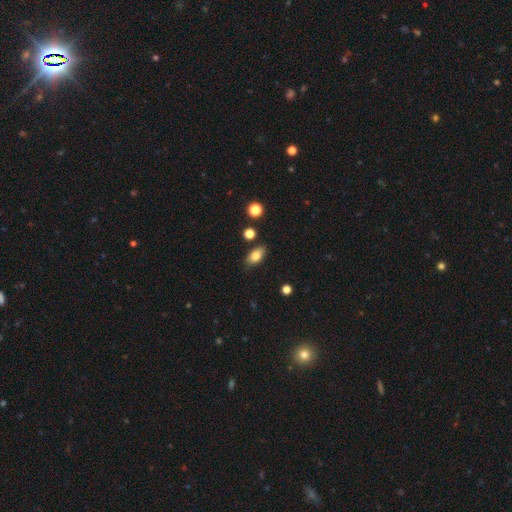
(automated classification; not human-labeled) This appears to be a smooth galaxy with no disk features (81%) that is in between round and cigar-shaped (88%). Merging: none (82%).